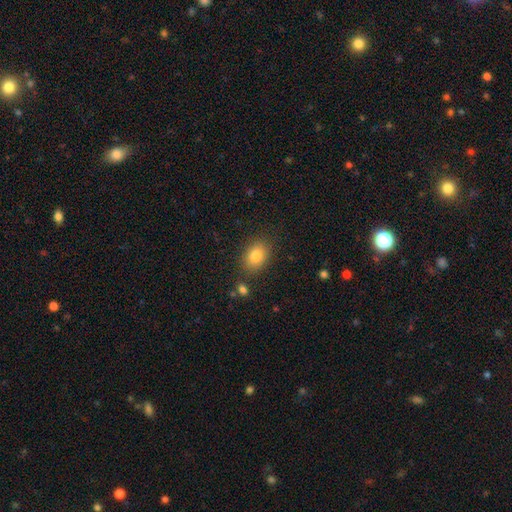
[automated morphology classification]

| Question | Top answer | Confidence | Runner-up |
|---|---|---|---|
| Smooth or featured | smooth | 82% | star or artifact (10%) |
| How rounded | in between | 74% | round (25%) |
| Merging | none | 85% | minor disturbance (10%) |